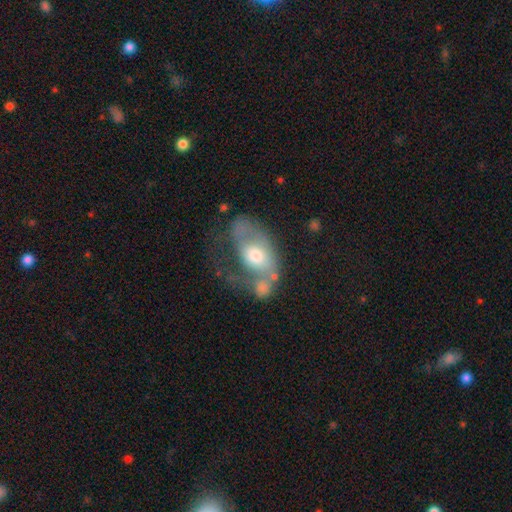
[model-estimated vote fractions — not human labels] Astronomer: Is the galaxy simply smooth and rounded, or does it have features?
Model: smooth — 49% (runner-up: featured or disk, 44%).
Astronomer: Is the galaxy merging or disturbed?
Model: major disturbance — 38% (runner-up: merger, 24%).